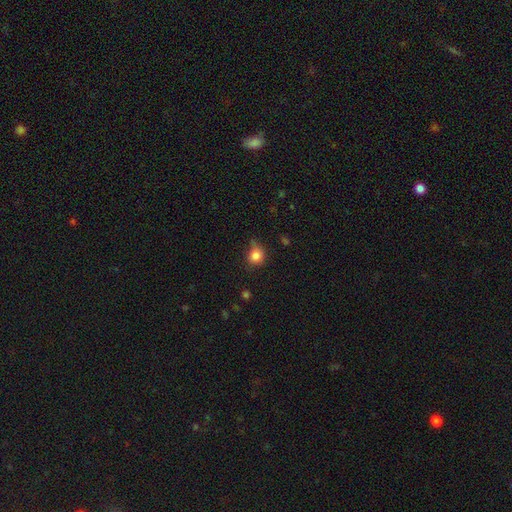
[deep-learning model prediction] This appears to be a smooth galaxy with no disk features (83%) that is round (83%). Merging: none (64%).